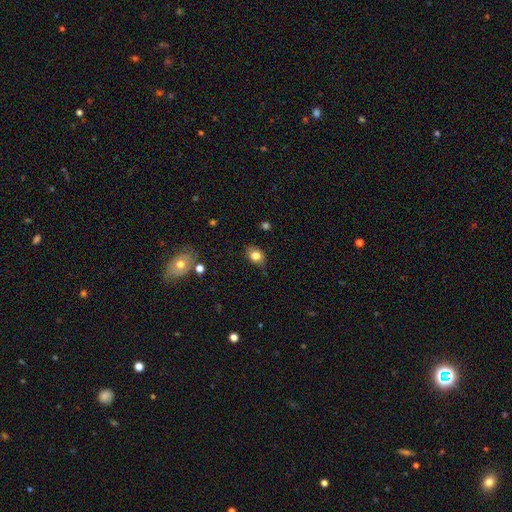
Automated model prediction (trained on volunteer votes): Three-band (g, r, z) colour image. It shows a smooth galaxy with no disk features (80%) that is in between round and cigar-shaped (62%). Merging: none (71%).